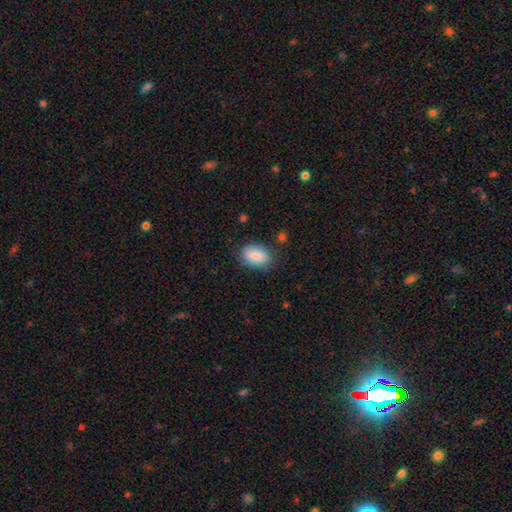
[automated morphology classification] Smooth or featured? smooth (86%)
How rounded? in between (90%)
Merging? none (79%)